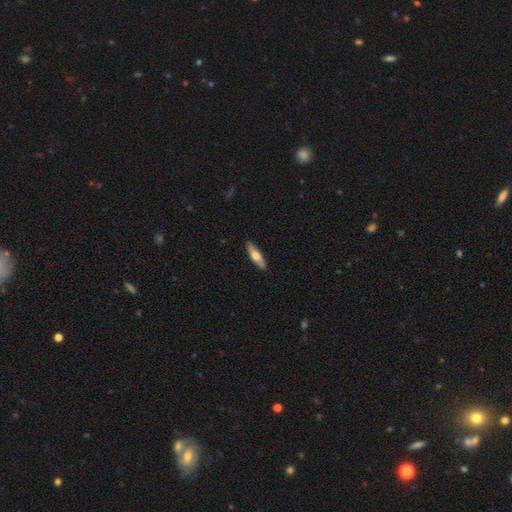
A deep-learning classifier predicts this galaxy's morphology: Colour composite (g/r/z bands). It shows a smooth galaxy with no disk features (59%) that is cigar-shaped (65%). Merging: none (89%).